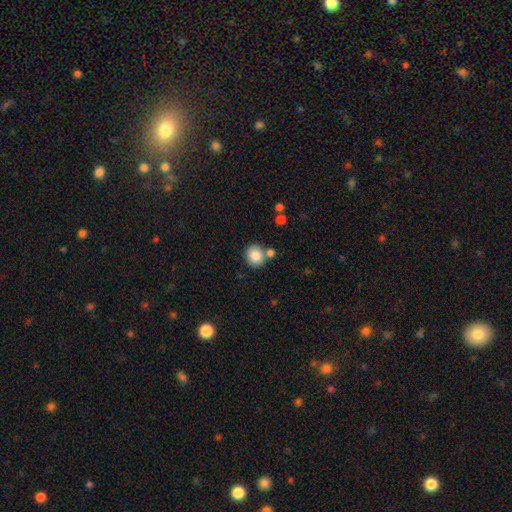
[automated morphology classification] smooth_or_featured: smooth (p=0.85) [alt: star or artifact p=0.09]
how_rounded: round (p=0.87) [alt: in between p=0.12]
merging: none (p=0.69) [alt: merger p=0.18]